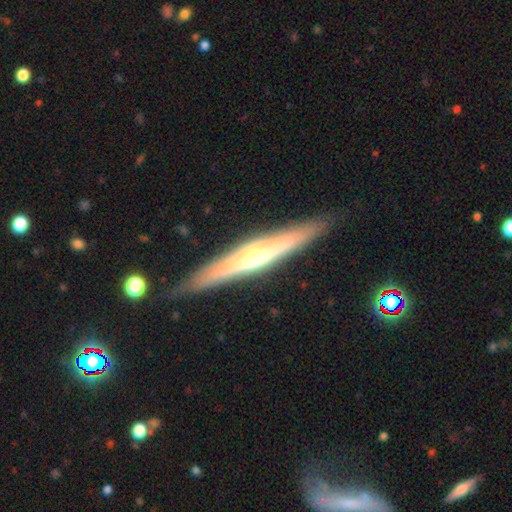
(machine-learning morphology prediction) Smooth or featured?
  - featured or disk: 72% *
  - smooth: 22%
  - star or artifact: 6%
Edge-on disk?
  - yes: 95% *
  - no: 5%
Edge-on bulge?
  - rounded: 78% *
  - none: 13%
  - boxy: 9%
Merging?
  - none: 87% *
  - minor disturbance: 9%
  - major disturbance: 2%
  - merger: 1%